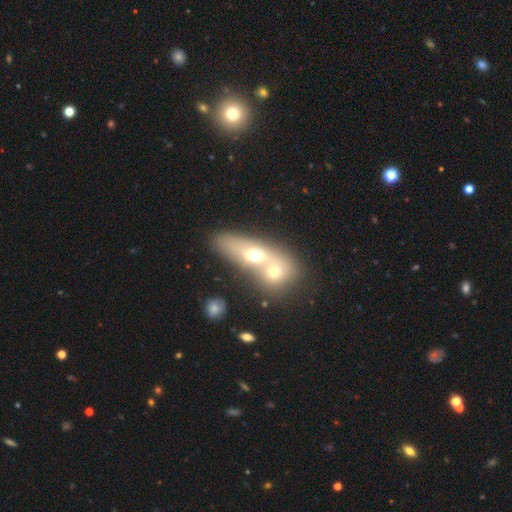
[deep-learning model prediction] Smooth or featured? Predicted: smooth (p=0.51). How rounded? Predicted: in between (p=0.53). Merging? Predicted: merger (p=0.70).